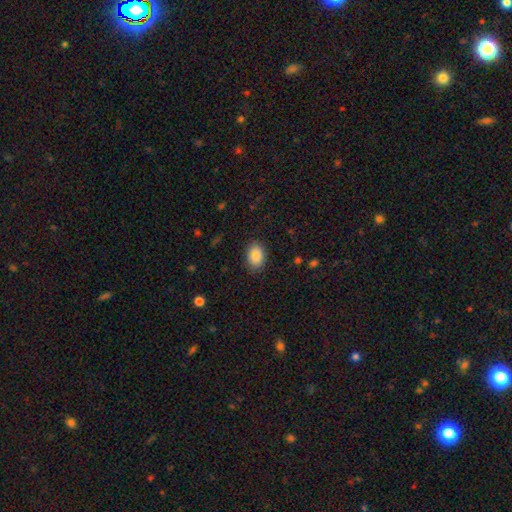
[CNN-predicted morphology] Overall: smooth (88%). How rounded: in between (84%). Merging: none (85%).